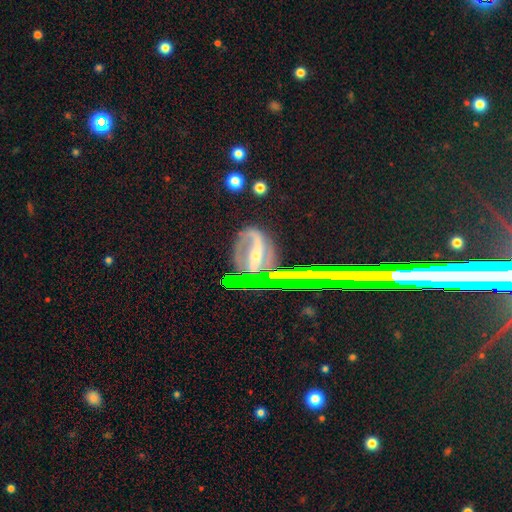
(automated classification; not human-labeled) This appears to be a featured or disk galaxy (75%) with a strong bar (69%), 2 (78%) medium (40%) spiral arms (77%) and a small central bulge (56%). Merging: none (64%).